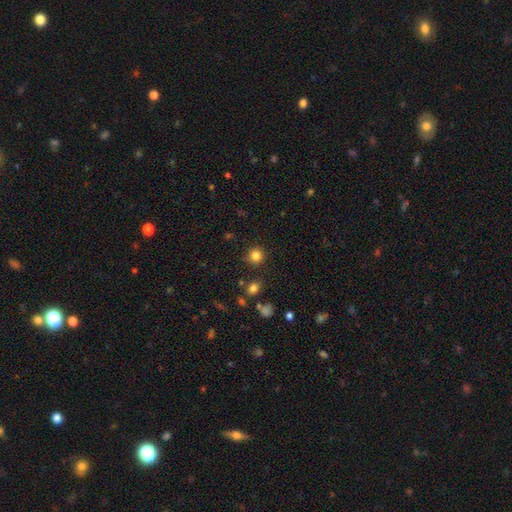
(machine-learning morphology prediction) Smooth or featured?
  - smooth: 82% *
  - star or artifact: 14%
  - featured or disk: 5%
How rounded?
  - round: 94% *
  - in between: 5%
  - cigar-shaped: 1%
Merging?
  - none: 88% *
  - minor disturbance: 7%
  - merger: 3%
  - major disturbance: 2%